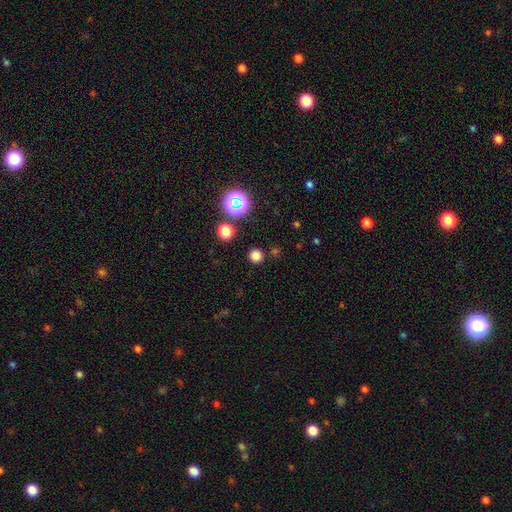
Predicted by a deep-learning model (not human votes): This appears to be a smooth galaxy with no disk features (75%) that is round (93%). Merging: none (88%).